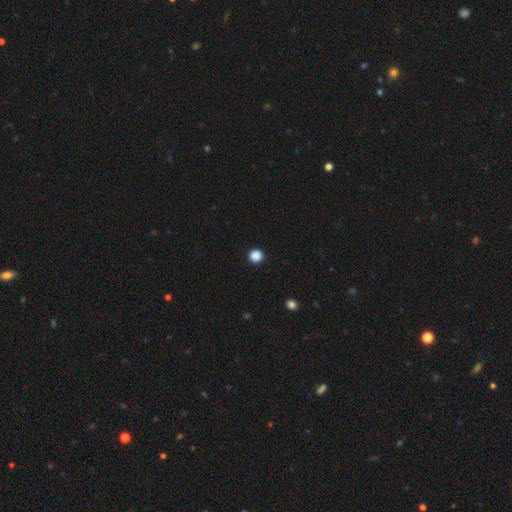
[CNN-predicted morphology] This appears to be a smooth galaxy with no disk features (87%) that is round (95%). Merging: none (94%).